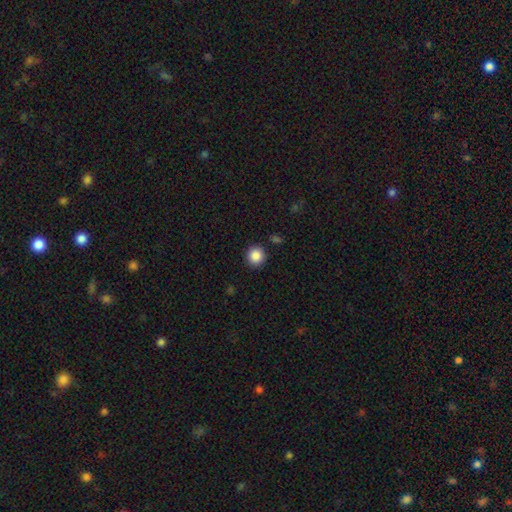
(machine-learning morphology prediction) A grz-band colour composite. It shows a smooth galaxy with no disk features (87%) that is round (94%). Merging: none (90%).